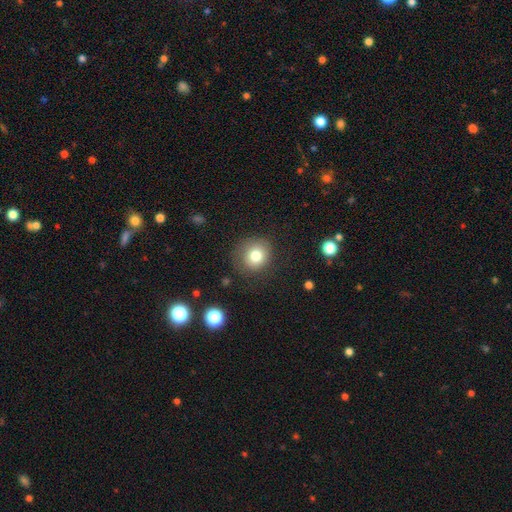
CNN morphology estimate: Smooth or featured? Predicted: smooth (p=0.78). How rounded? Predicted: round (p=0.87). Merging? Predicted: none (p=0.79).